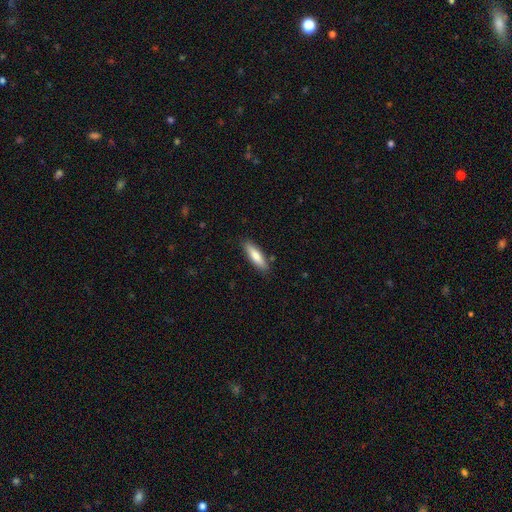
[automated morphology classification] smooth_or_featured: smooth (p=0.76) [alt: featured or disk p=0.19]
how_rounded: cigar-shaped (p=0.63) [alt: in between p=0.35]
merging: none (p=0.86) [alt: minor disturbance p=0.10]